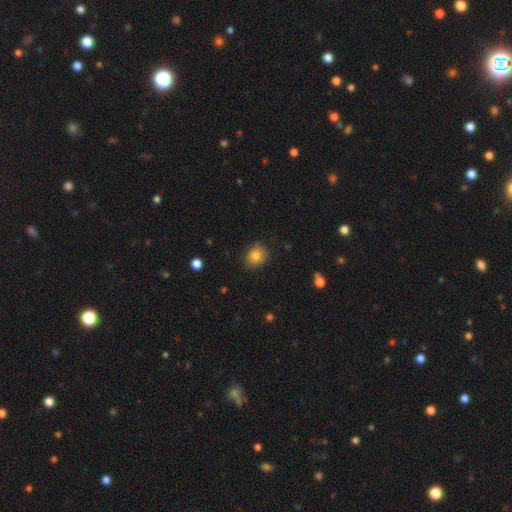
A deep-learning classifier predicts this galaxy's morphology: Smooth or featured: smooth — 83% (star or artifact — 9%)
How rounded: round — 66% (in between — 33%)
Merging: none — 83% (minor disturbance — 14%)